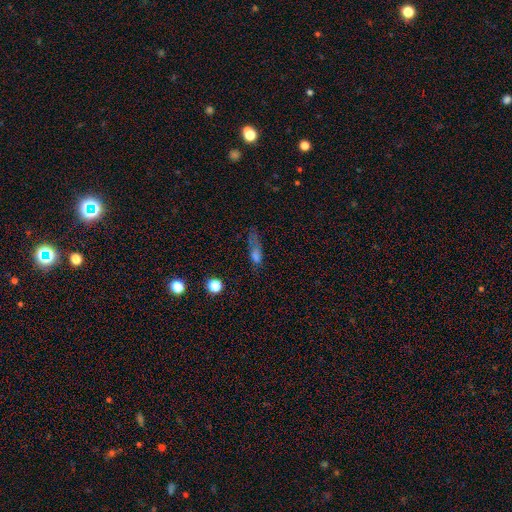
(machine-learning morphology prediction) Q: Smooth or featured?
A: smooth (58%); runner-up: star or artifact (22%)
Q: How rounded?
A: cigar-shaped (47%); runner-up: in between (43%)
Q: Merging?
A: none (38%); runner-up: major disturbance (29%)